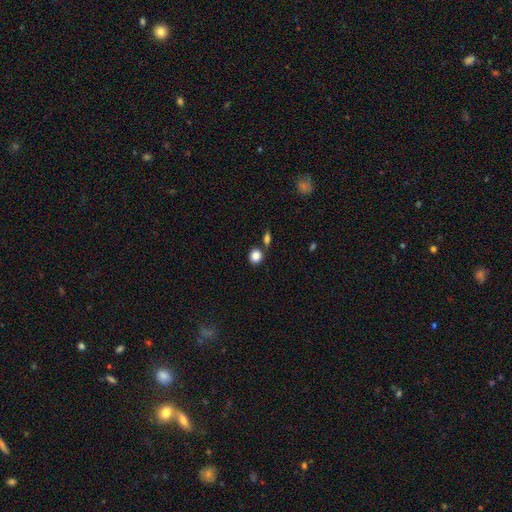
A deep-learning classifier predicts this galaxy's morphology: Smooth or featured? smooth (85%)
How rounded? round (80%)
Merging? none (77%)